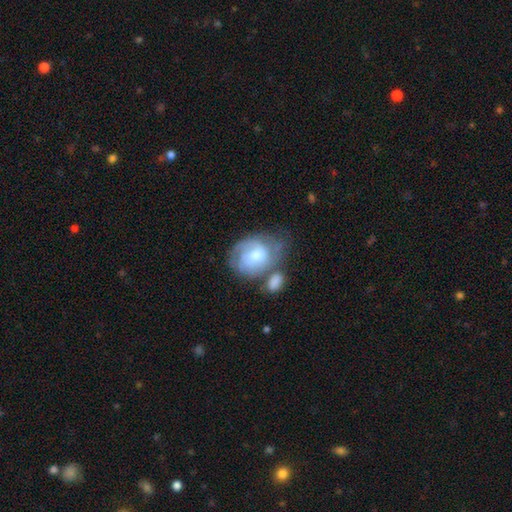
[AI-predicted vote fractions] Smooth or featured?
  - featured or disk: 57% *
  - smooth: 36%
  - star or artifact: 7%
Edge-on disk?
  - no: 97% *
  - yes: 3%
Bar?
  - no: 61% *
  - weak: 34%
  - strong: 6%
Spiral arms?
  - yes: 76% *
  - no: 24%
Bulge size?
  - moderate: 56% *
  - small: 21%
  - large: 17%
  - none: 4%
  - dominant: 2%
Merging?
  - none: 40% *
  - minor disturbance: 23%
  - merger: 21%
  - major disturbance: 16%